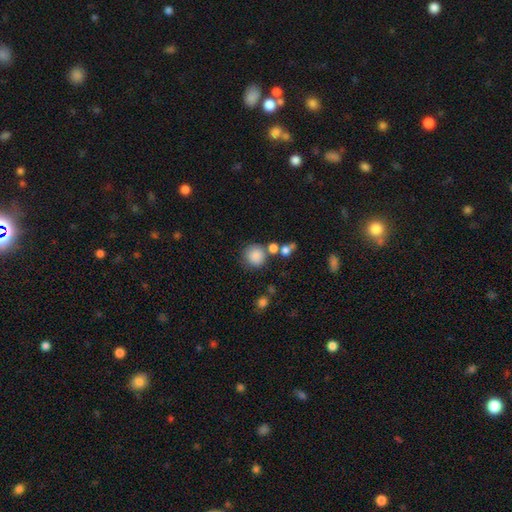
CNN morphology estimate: smooth_or_featured: smooth (p=0.84) [alt: star or artifact p=0.10]
how_rounded: round (p=0.89) [alt: in between p=0.10]
merging: none (p=0.69) [alt: merger p=0.14]